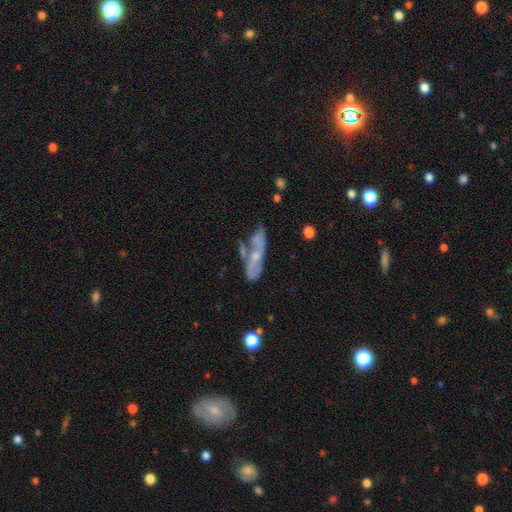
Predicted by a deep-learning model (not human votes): featured or disk 60%, smooth 30%, star or artifact 9%. Down the decision tree: edge-on disk — no (74%); merging — none (41%).